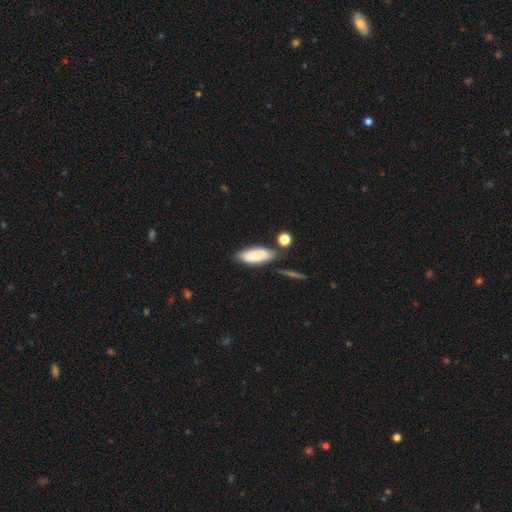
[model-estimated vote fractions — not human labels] This appears to be a smooth galaxy with no disk features (78%) that is in between round and cigar-shaped (78%). Merging: none (65%).